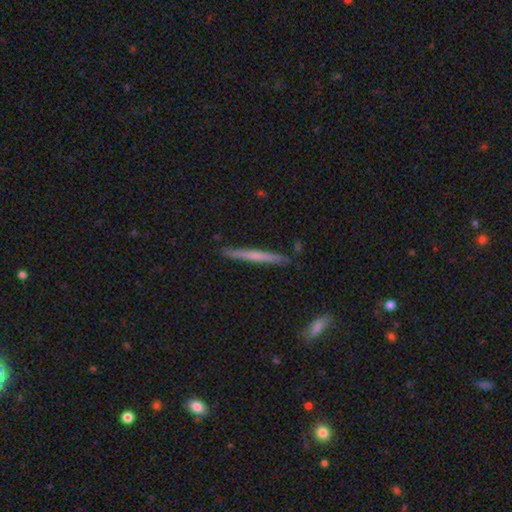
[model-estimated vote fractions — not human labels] Morphology: type=smooth (49%); merging=none (90%).